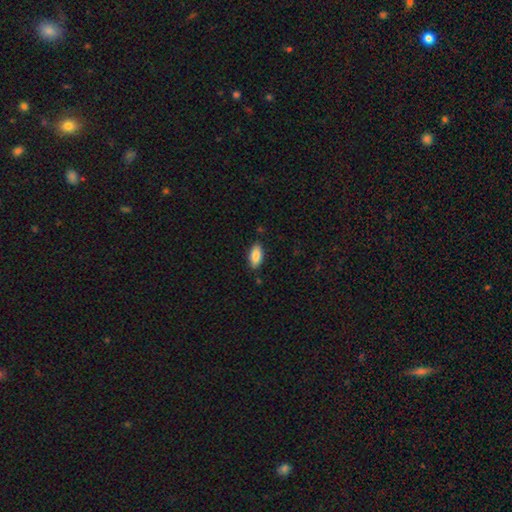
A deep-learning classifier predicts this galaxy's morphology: smooth_or_featured: smooth (p=0.86) [alt: featured or disk p=0.08]
how_rounded: in between (p=0.90) [alt: cigar-shaped p=0.08]
merging: none (p=0.83) [alt: minor disturbance p=0.13]